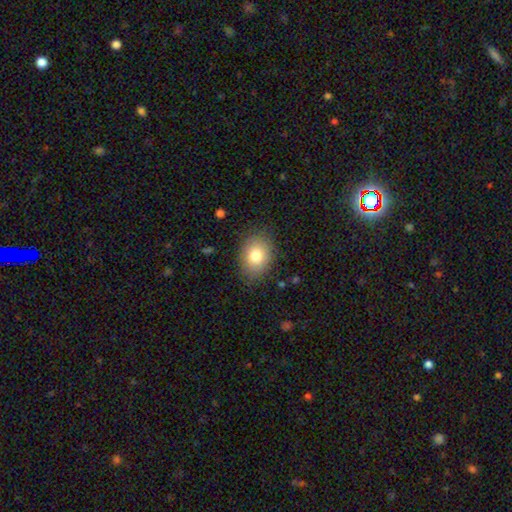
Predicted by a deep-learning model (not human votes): Smooth or featured: smooth — 80% (featured or disk — 11%)
How rounded: in between — 70% (round — 29%)
Merging: none — 84% (minor disturbance — 12%)